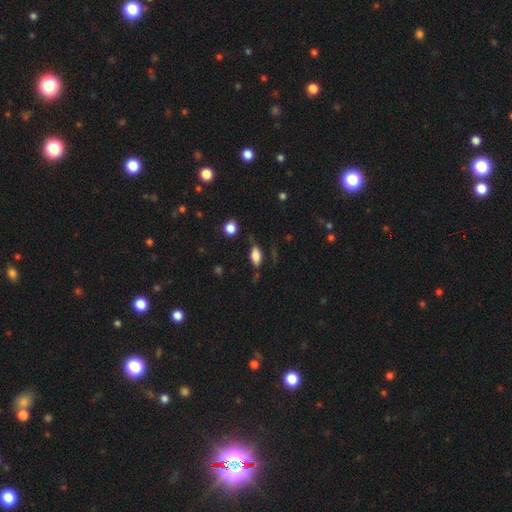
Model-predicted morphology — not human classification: Q: Smooth or featured?
A: smooth (77%); runner-up: featured or disk (14%)
Q: How rounded?
A: in between (85%); runner-up: cigar-shaped (10%)
Q: Merging?
A: none (66%); runner-up: minor disturbance (23%)